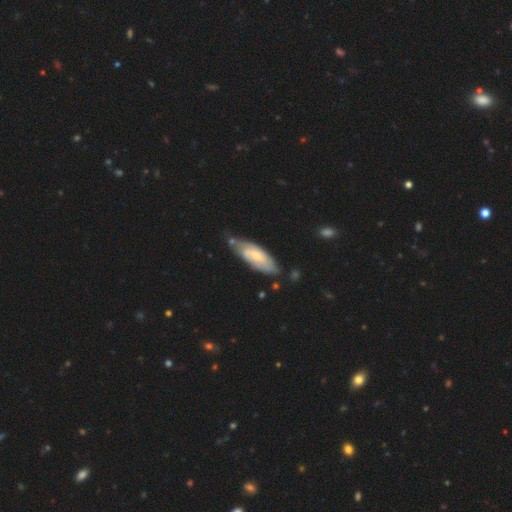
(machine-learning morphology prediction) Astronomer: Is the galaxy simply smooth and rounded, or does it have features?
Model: featured or disk — 61%.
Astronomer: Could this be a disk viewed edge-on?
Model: no — 86%.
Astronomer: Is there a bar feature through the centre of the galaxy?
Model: no — 52% (runner-up: weak, 40%).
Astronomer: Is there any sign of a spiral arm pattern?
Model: yes — 83%.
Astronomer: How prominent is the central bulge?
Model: small — 47% (runner-up: moderate, 44%).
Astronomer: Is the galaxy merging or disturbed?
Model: none — 63%.